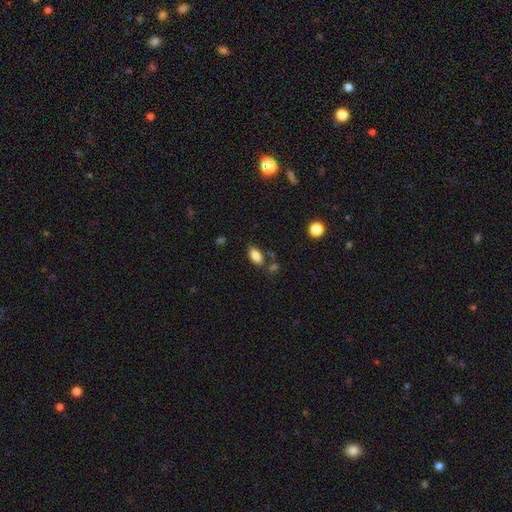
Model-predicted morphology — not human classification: The model was most divided on "merging": none: 74%, minor disturbance: 14%, merger: 8%, major disturbance: 4%. More confident: how rounded — in between (90%); smooth or featured — smooth (84%).